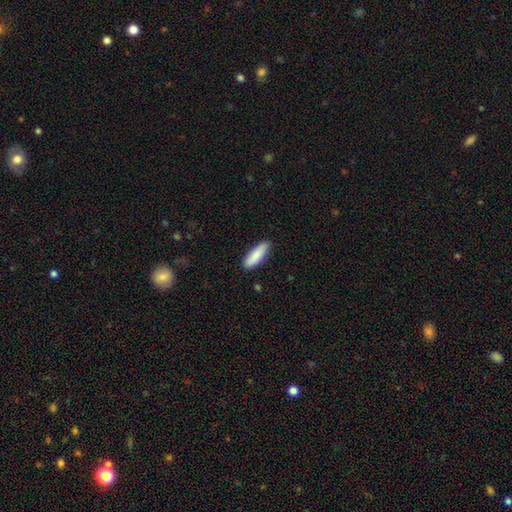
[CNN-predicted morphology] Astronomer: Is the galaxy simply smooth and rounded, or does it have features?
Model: smooth — 81%.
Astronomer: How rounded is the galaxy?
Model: in between — 53% (runner-up: cigar-shaped, 46%).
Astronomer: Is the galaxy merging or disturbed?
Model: none — 87%.